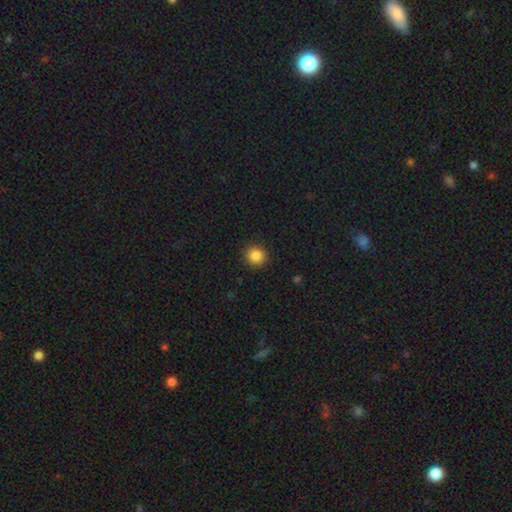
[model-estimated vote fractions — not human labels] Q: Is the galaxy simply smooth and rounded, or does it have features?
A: smooth — 86%.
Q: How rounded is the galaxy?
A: round — 93%.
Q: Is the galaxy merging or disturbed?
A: none — 92%.